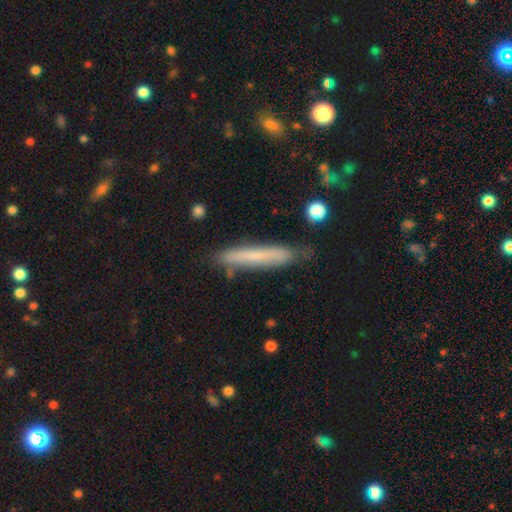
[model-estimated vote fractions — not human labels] This appears to be a smooth galaxy with no disk features (61%) that is cigar-shaped (94%). Merging: none (80%).